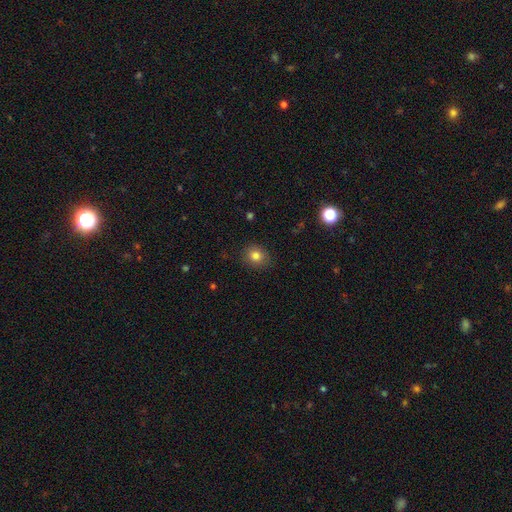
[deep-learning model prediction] Q: Smooth or featured?
A: smooth (81%); runner-up: star or artifact (12%)
Q: How rounded?
A: round (74%); runner-up: in between (25%)
Q: Merging?
A: none (87%); runner-up: minor disturbance (10%)